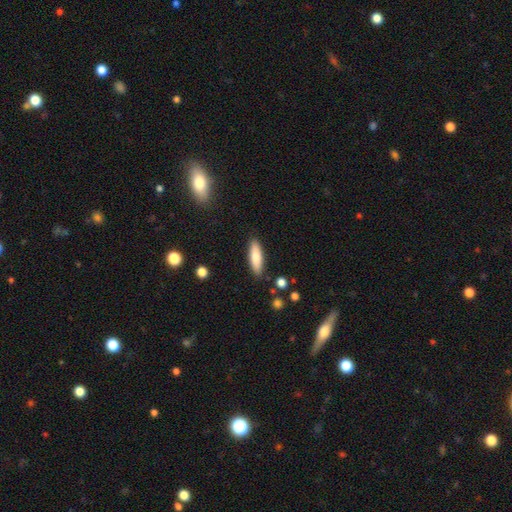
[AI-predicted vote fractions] Morphology: type=smooth (77%); roundness=cigar-shaped (57%); merging=none (87%).